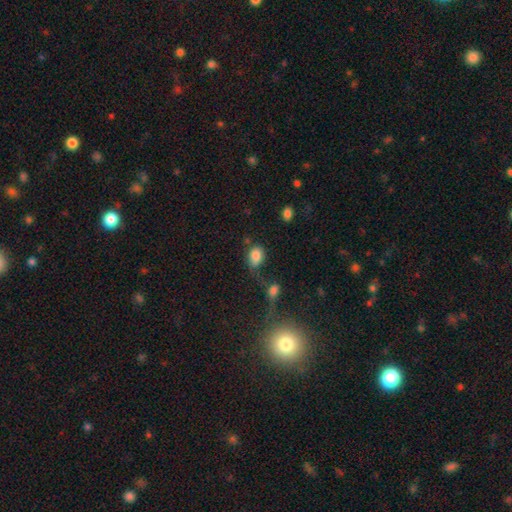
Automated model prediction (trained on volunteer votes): A smooth galaxy with no disk features (82%) that is in between round and cigar-shaped (68%). Merging: none (49%).